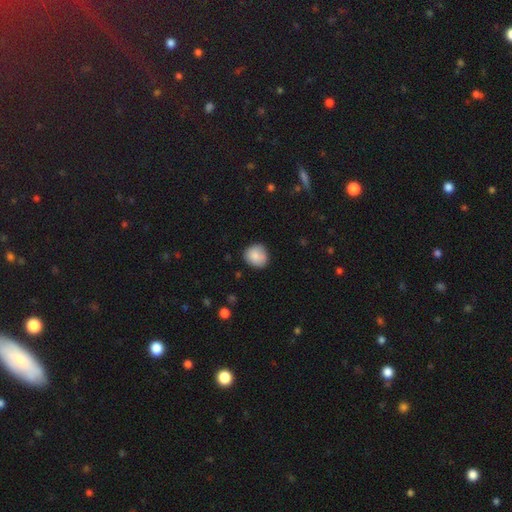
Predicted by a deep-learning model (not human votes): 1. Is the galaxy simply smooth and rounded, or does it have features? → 84% smooth, 9% featured or disk, 7% star or artifact.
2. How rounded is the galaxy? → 85% round, 14% in between, 1% cigar-shaped.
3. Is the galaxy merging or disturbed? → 77% none, 18% minor disturbance, 3% major disturbance, 2% merger.